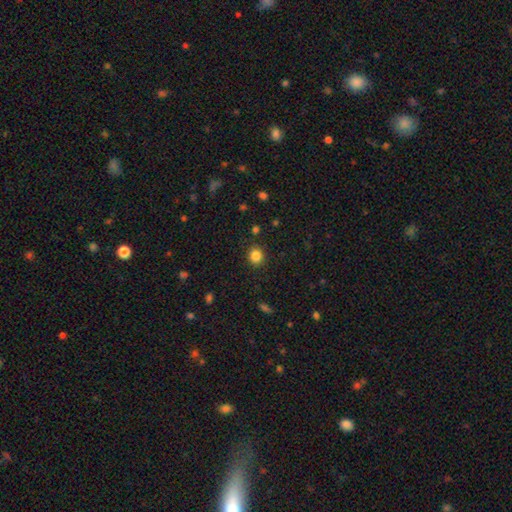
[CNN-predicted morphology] Smooth or featured?
  - smooth: 85% *
  - star or artifact: 11%
  - featured or disk: 4%
How rounded?
  - round: 79% *
  - in between: 20%
  - cigar-shaped: 1%
Merging?
  - none: 88% *
  - minor disturbance: 8%
  - major disturbance: 3%
  - merger: 2%